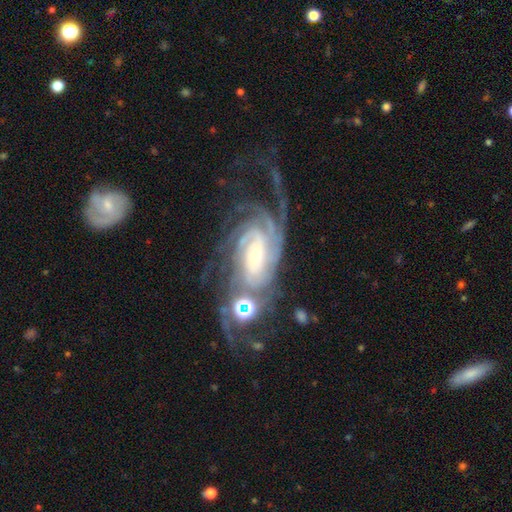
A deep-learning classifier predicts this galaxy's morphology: Smooth or featured? featured or disk (88%)
Edge-on disk? no (96%)
Bar? no (50%)
Spiral arms? yes (98%)
Spiral winding? tight (63%)
Spiral arm count? 4 (27%)
Bulge size? small (59%)
Merging? none (51%)